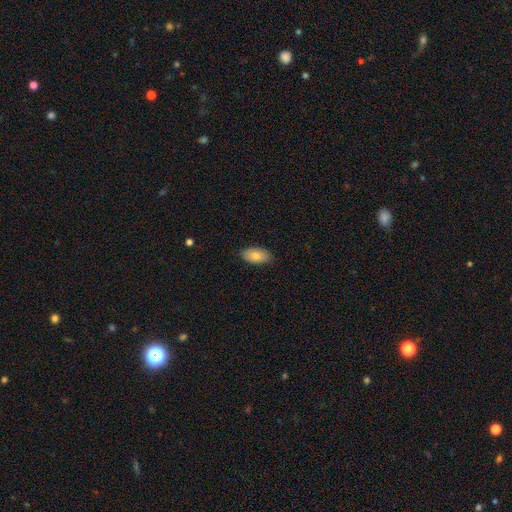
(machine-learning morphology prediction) This appears to be a smooth galaxy with no disk features (79%) that is in between round and cigar-shaped (94%). Merging: none (83%).